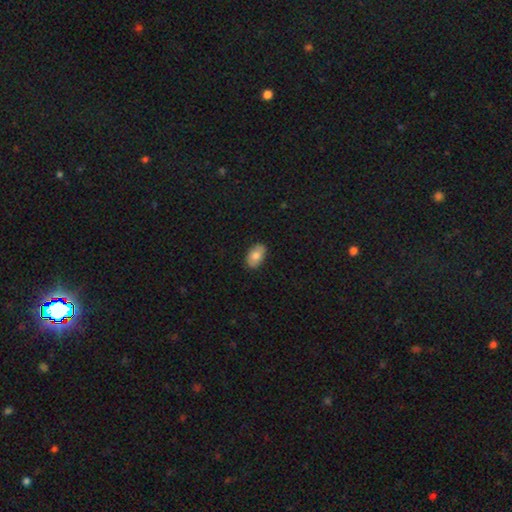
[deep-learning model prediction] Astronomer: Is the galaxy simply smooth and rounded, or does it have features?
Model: smooth — 78%.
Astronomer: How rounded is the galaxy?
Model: in between — 90%.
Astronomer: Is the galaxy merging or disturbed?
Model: none — 84%.